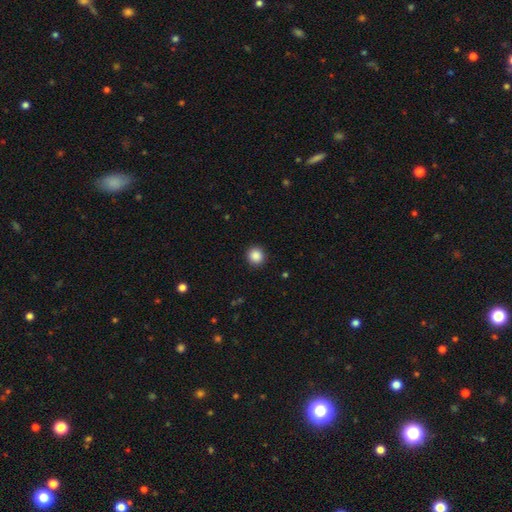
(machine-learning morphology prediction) Overall: smooth (88%). How rounded: round (93%). Merging: none (92%).